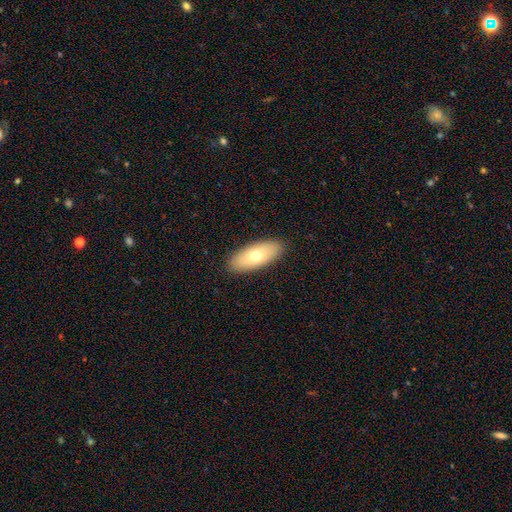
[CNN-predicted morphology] A smooth galaxy with no disk features (66%) that is in between round and cigar-shaped (78%).

Vote fractions:
- Smooth or featured? smooth: 66% / featured or disk: 28% / star or artifact: 6%
- How rounded? in between: 78% / cigar-shaped: 19% / round: 3%
- Merging? none: 90% / minor disturbance: 7% / major disturbance: 2% / merger: 1%